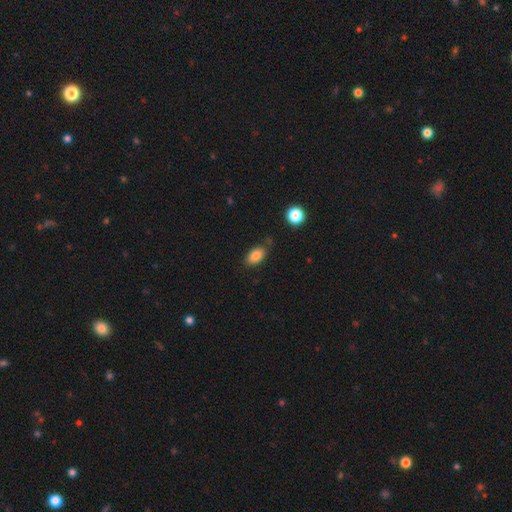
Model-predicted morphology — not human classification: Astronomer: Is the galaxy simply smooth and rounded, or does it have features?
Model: smooth — 84%.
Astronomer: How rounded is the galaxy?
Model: in between — 89%.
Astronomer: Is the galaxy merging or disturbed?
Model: none — 77%.